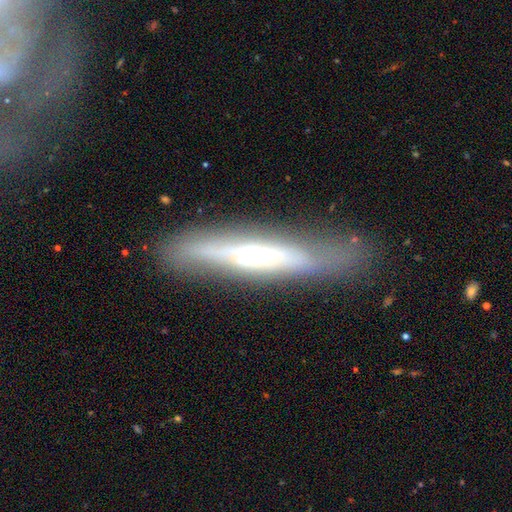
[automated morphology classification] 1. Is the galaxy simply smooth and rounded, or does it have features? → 63% featured or disk, 28% smooth, 9% star or artifact.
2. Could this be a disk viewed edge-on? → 79% yes, 21% no.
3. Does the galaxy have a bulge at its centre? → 64% rounded, 23% none, 13% boxy.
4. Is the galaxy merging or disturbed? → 73% none, 16% minor disturbance, 8% major disturbance, 3% merger.